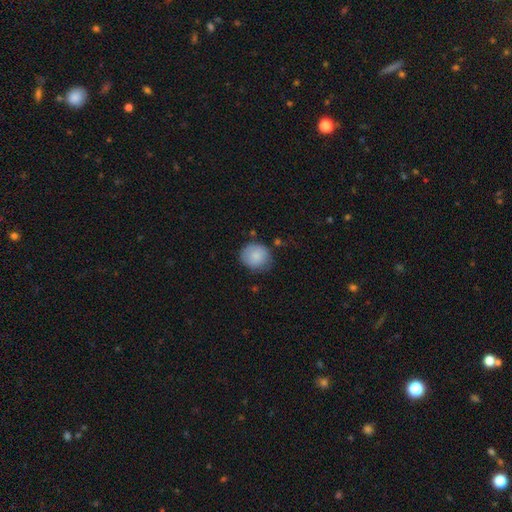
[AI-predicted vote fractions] smooth-or-featured: smooth: 85% | featured or disk: 8% | star or artifact: 7%
  how-rounded: round: 85% | in between: 14% | cigar-shaped: 1%
  merging: none: 74% | minor disturbance: 19% | major disturbance: 4% | merger: 2%